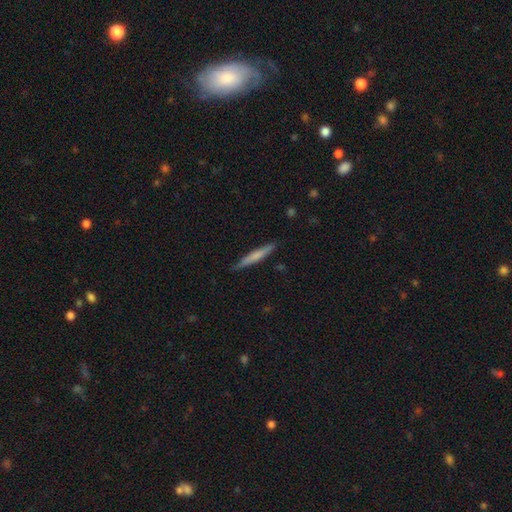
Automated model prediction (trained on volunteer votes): smooth-or-featured: smooth: 62% | featured or disk: 32% | star or artifact: 6%
  how-rounded: cigar-shaped: 95% | in between: 3% | round: 1%
  merging: none: 86% | minor disturbance: 11% | major disturbance: 2% | merger: 1%